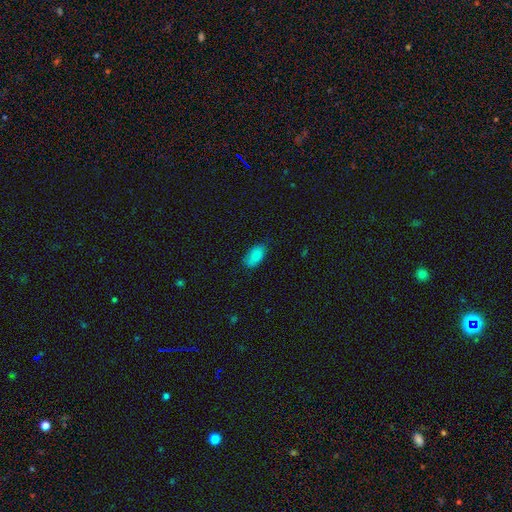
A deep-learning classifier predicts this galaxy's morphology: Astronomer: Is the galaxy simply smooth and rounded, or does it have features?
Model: smooth — 87%.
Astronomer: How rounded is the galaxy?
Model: in between — 93%.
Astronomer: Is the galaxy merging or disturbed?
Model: none — 75%.